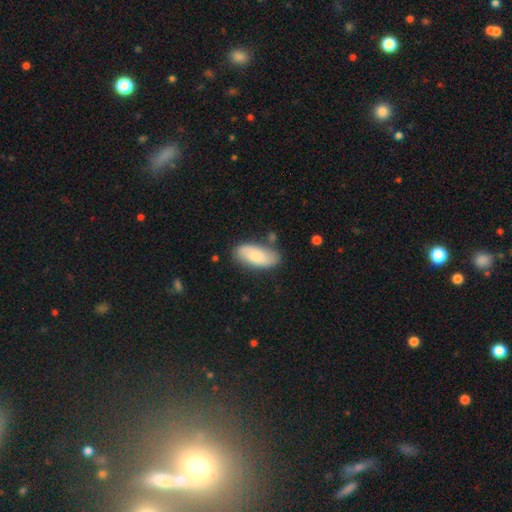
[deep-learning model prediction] smooth_or_featured: smooth (p=0.73) [alt: featured or disk p=0.21]
how_rounded: in between (p=0.87) [alt: cigar-shaped p=0.10]
merging: none (p=0.72) [alt: minor disturbance p=0.18]